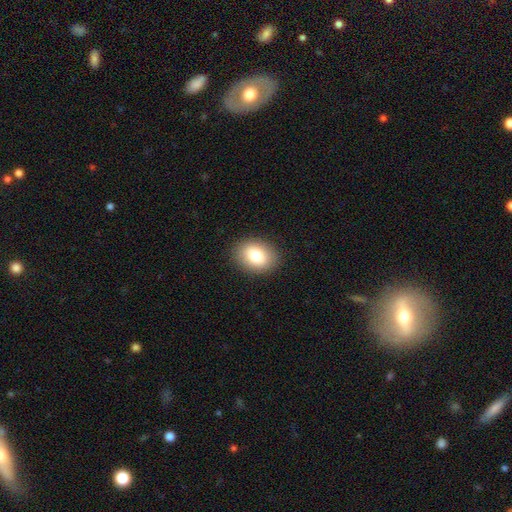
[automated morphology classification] Smooth or featured? smooth (80%)
How rounded? in between (67%)
Merging? none (89%)